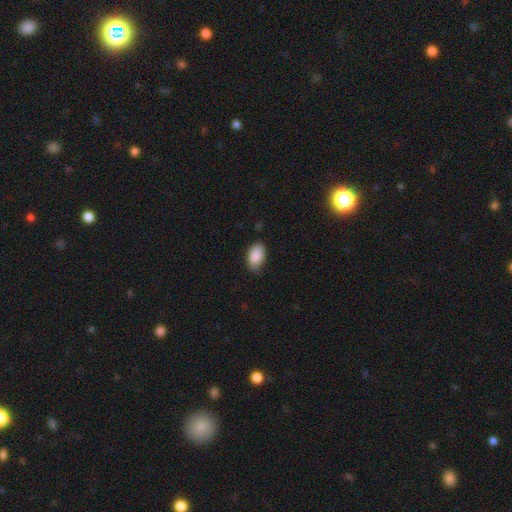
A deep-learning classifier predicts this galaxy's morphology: The model was most divided on "merging": none: 76%, minor disturbance: 20%, major disturbance: 3%, merger: 1%. More confident: how rounded — in between (93%); smooth or featured — smooth (89%).